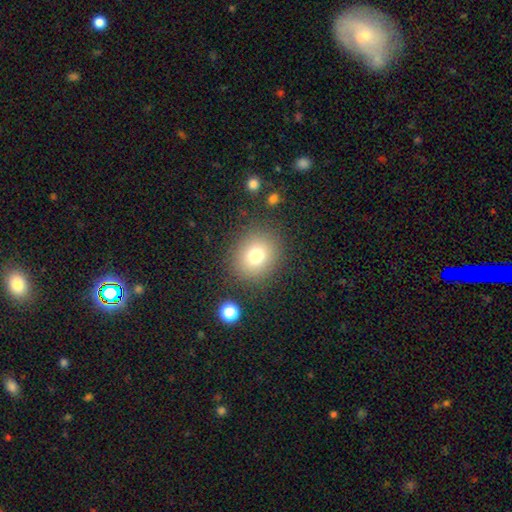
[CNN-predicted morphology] Overall: smooth (76%). How rounded: round (73%). Merging: none (85%).